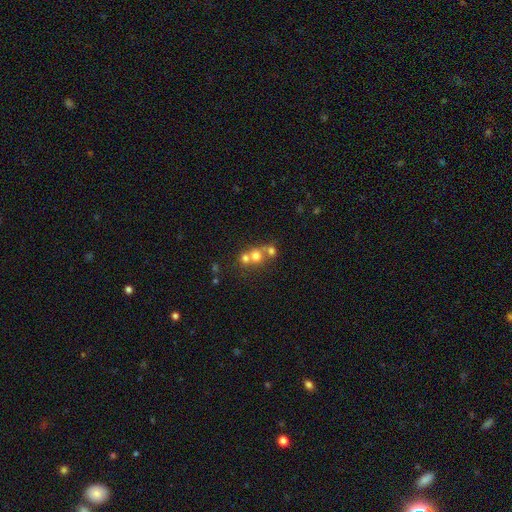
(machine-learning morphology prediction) Smooth or featured: smooth — 64% (featured or disk — 19%)
How rounded: round — 83% (in between — 16%)
Merging: merger — 56% (none — 35%)